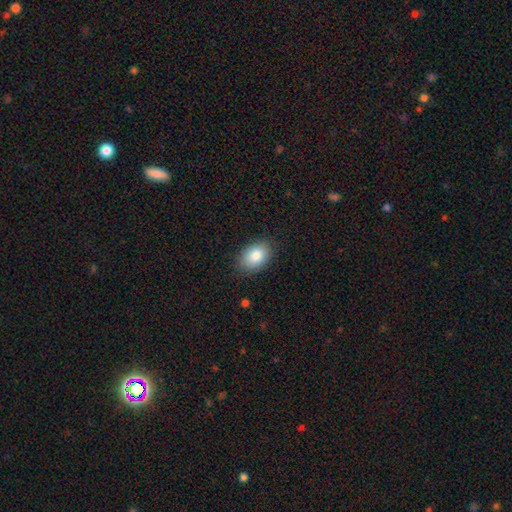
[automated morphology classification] smooth_or_featured: smooth (p=0.85) [alt: featured or disk p=0.08]
how_rounded: in between (p=0.87) [alt: round p=0.12]
merging: none (p=0.86) [alt: minor disturbance p=0.11]